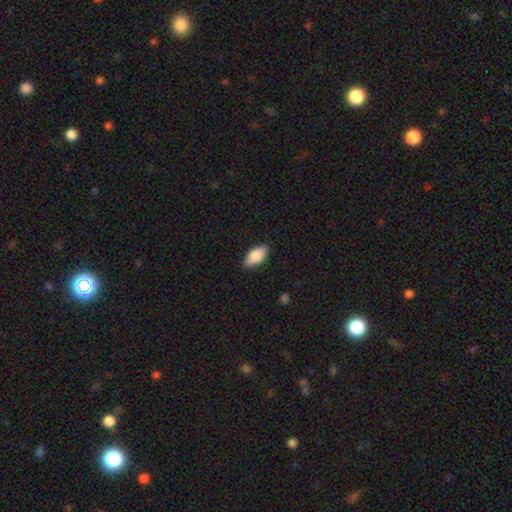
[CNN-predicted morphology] Overall: smooth (85%). How rounded: in between (90%). Merging: none (87%).